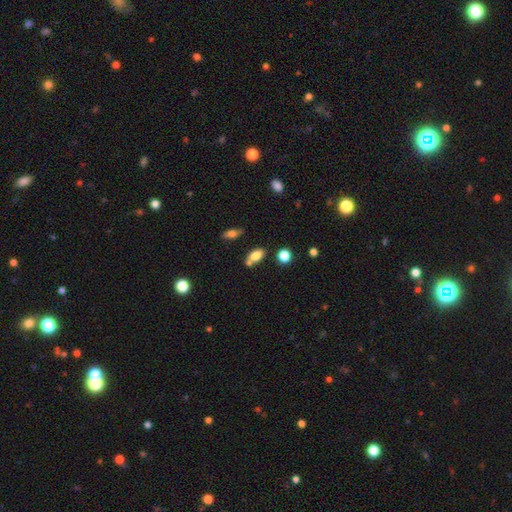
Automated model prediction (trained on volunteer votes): This is likely a smooth galaxy (79%). How rounded: clearly in between (85%). Merging: possibly none (52%).